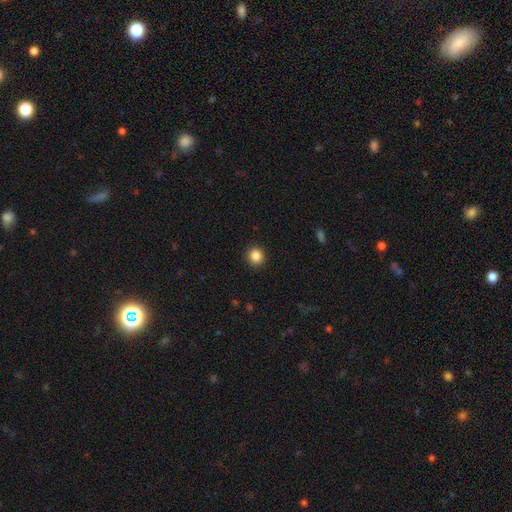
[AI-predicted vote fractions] The model was most divided on "smooth or featured": smooth: 86%, star or artifact: 10%, featured or disk: 3%. More confident: merging — none (92%); how rounded — round (89%).